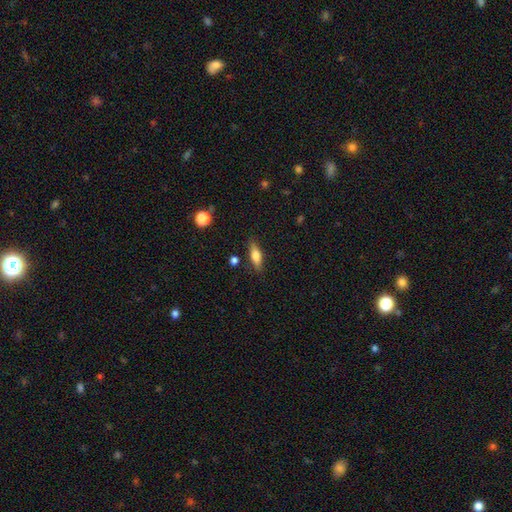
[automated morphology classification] This appears to be a smooth galaxy with no disk features (64%) that is in between round and cigar-shaped (52%). Merging: none (82%).